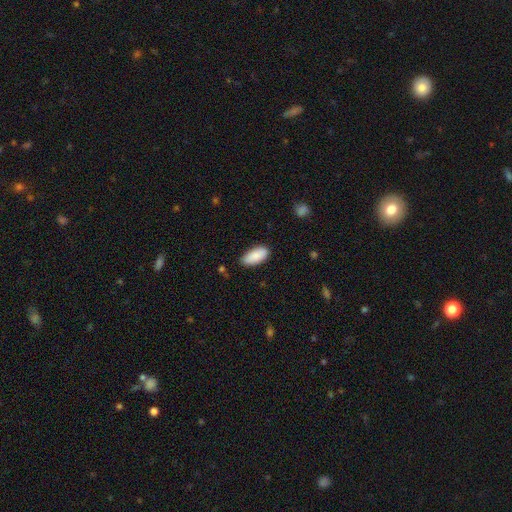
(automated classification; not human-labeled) Smooth or featured: smooth — 89% (star or artifact — 6%)
How rounded: in between — 89% (cigar-shaped — 9%)
Merging: none — 84% (minor disturbance — 12%)